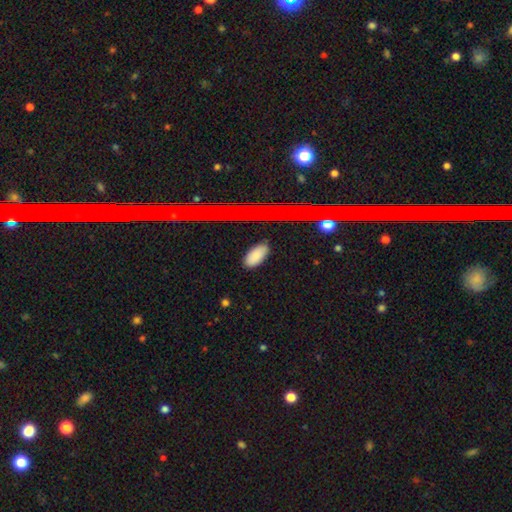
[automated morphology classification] Smooth or featured: smooth — 84% (star or artifact — 9%)
How rounded: in between — 90% (cigar-shaped — 8%)
Merging: none — 85% (minor disturbance — 11%)